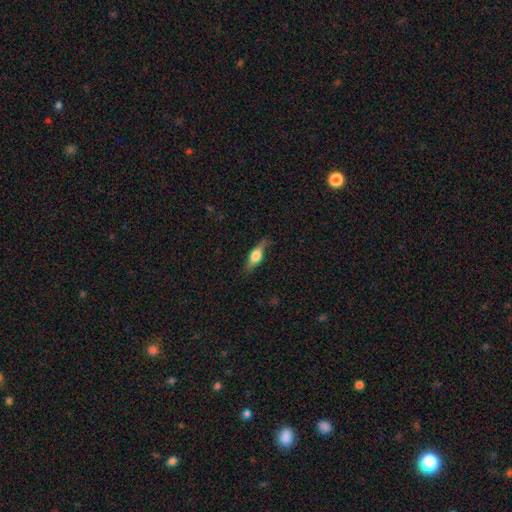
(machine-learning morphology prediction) smooth-or-featured: smooth: 50% | featured or disk: 43% | star or artifact: 7%
  merging: none: 75% | minor disturbance: 19% | major disturbance: 5% | merger: 1%